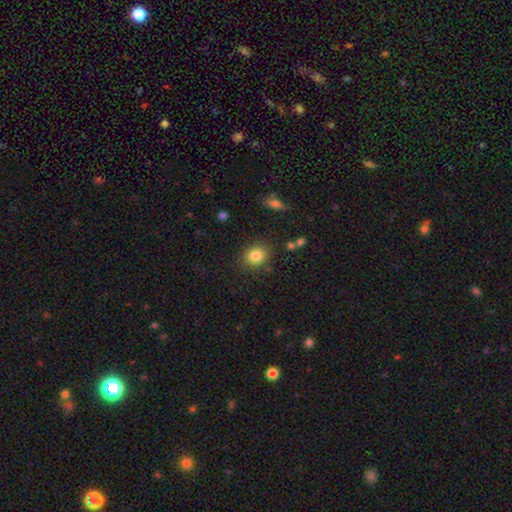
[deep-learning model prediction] A smooth galaxy with no disk features (84%) that is round (72%). Merging: none (84%).